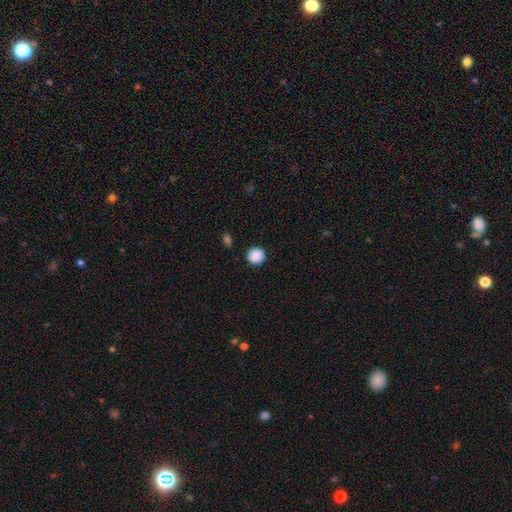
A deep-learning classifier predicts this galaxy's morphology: smooth 89%, star or artifact 8%, featured or disk 3%. Down the decision tree: how rounded — round (95%); merging — none (92%).